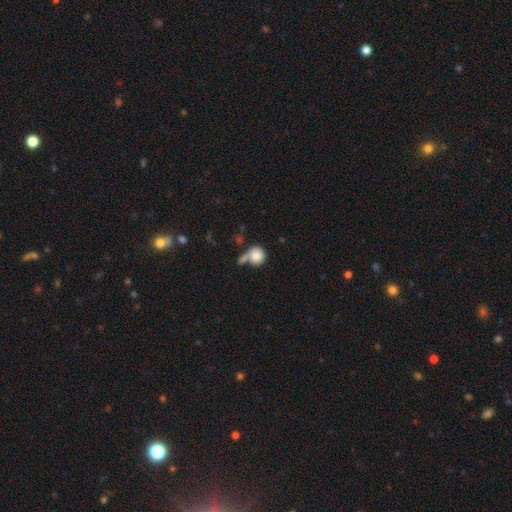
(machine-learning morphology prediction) smooth-or-featured: smooth: 82% | featured or disk: 11% | star or artifact: 8%
  how-rounded: round: 83% | in between: 15% | cigar-shaped: 1%
  merging: none: 40% | merger: 32% | minor disturbance: 16% | major disturbance: 12%